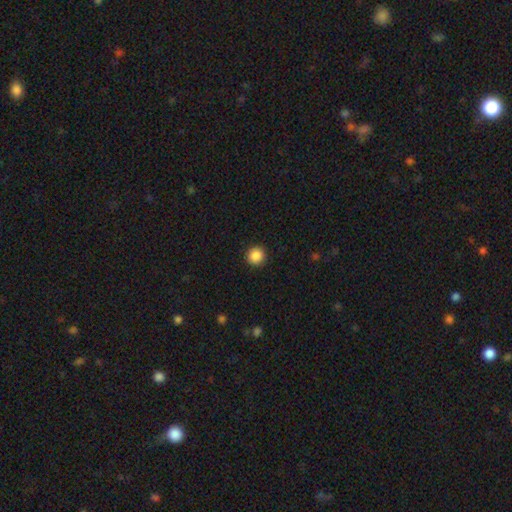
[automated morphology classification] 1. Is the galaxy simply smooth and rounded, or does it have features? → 88% smooth, 9% star or artifact, 3% featured or disk.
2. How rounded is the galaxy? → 95% round, 4% in between, 1% cigar-shaped.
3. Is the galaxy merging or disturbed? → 93% none, 5% minor disturbance, 2% major disturbance, 1% merger.